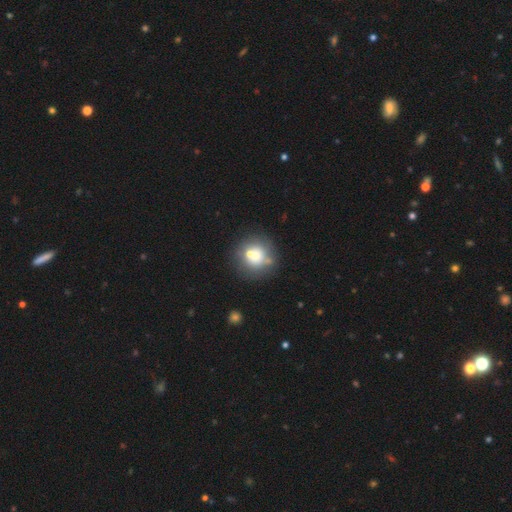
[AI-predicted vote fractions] smooth_or_featured: smooth (p=0.64) [alt: featured or disk p=0.25]
how_rounded: round (p=0.90) [alt: in between p=0.09]
merging: none (p=0.57) [alt: merger p=0.25]